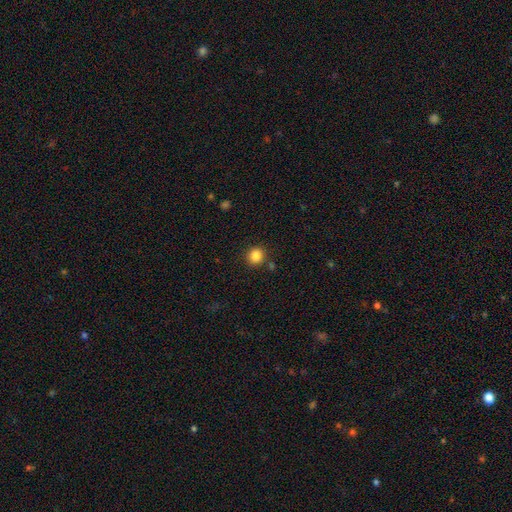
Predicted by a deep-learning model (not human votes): This appears to be a smooth galaxy with no disk features (85%) that is round (89%). Merging: none (87%).